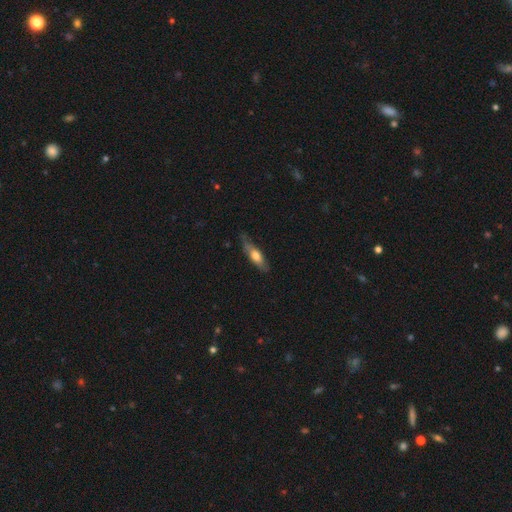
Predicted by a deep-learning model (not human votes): Morphology: type=smooth (58%); roundness=cigar-shaped (62%); merging=none (67%).